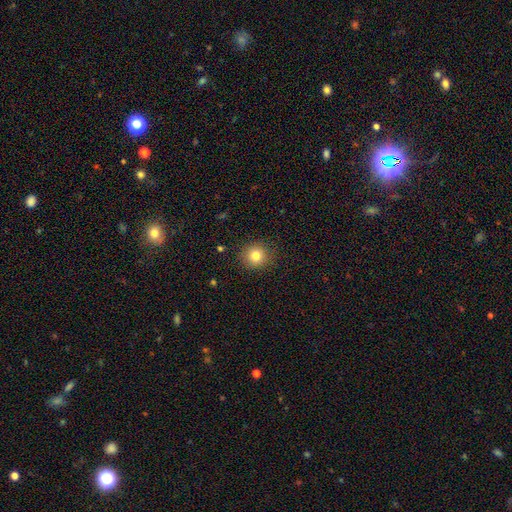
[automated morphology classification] smooth 82%, star or artifact 11%, featured or disk 7%. Down the decision tree: how rounded — round (89%); merging — none (89%).